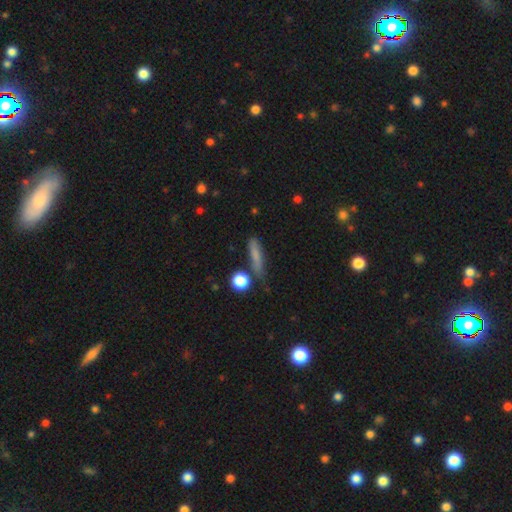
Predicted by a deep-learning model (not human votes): Smooth or featured: smooth — 73% (featured or disk — 18%)
How rounded: cigar-shaped — 76% (in between — 18%)
Merging: none — 69% (minor disturbance — 19%)